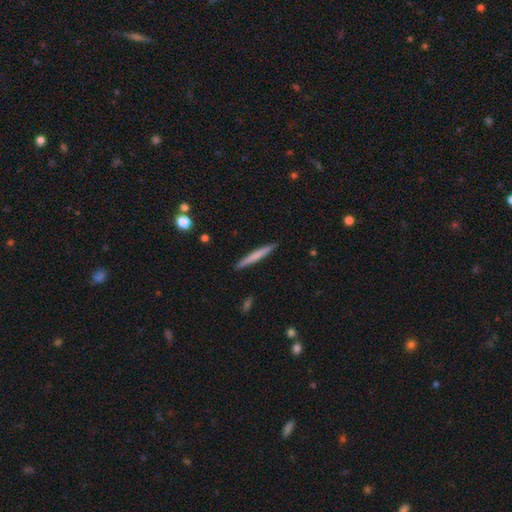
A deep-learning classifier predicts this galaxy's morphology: Smooth or featured? smooth (65%)
How rounded? cigar-shaped (97%)
Merging? none (92%)